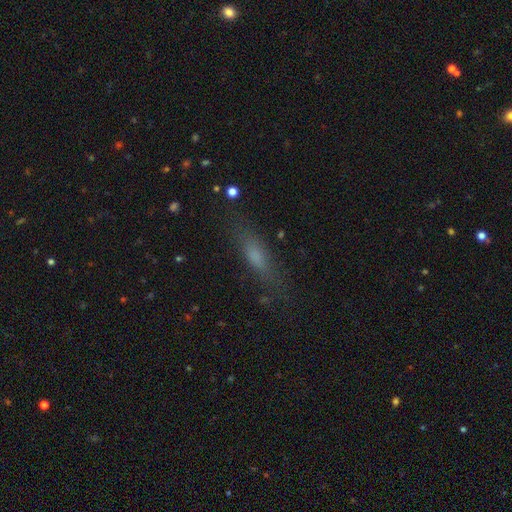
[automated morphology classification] smooth-or-featured: smooth: 63% | featured or disk: 24% | star or artifact: 13%
  how-rounded: cigar-shaped: 66% | in between: 31% | round: 3%
  merging: none: 76% | minor disturbance: 16% | major disturbance: 7% | merger: 2%